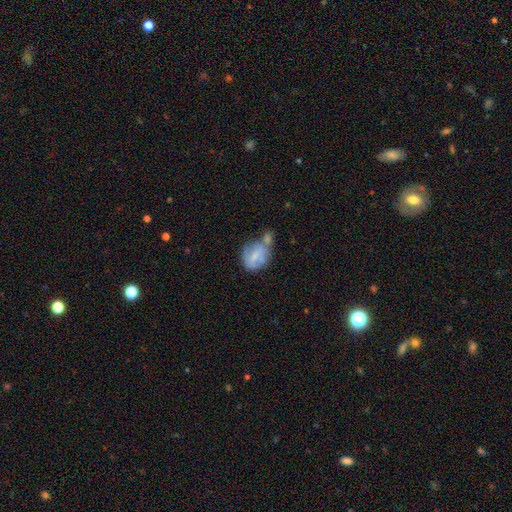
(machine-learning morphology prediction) A smooth galaxy with no disk features (51%) that is in between round and cigar-shaped (63%).

Vote fractions:
- Smooth or featured? smooth: 51% / featured or disk: 41% / star or artifact: 8%
- How rounded? in between: 63% / round: 34% / cigar-shaped: 2%
- Merging? merger: 43% / none: 23% / minor disturbance: 20% / major disturbance: 13%